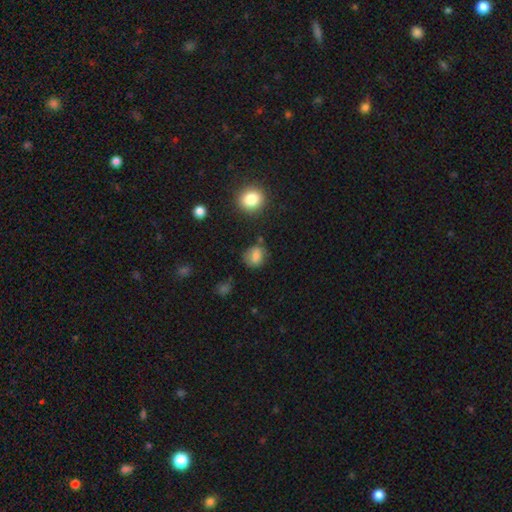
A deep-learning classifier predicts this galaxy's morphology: This is likely a smooth galaxy (79%). How rounded: likely round (65%). Merging: likely none (64%).